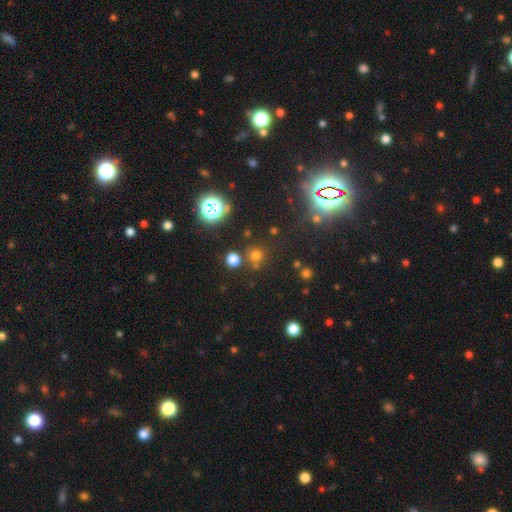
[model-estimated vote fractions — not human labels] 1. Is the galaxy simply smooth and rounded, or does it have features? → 65% smooth, 28% star or artifact, 7% featured or disk.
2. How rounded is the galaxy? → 91% round, 8% in between, 1% cigar-shaped.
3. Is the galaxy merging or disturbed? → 75% none, 12% merger, 8% minor disturbance, 4% major disturbance.